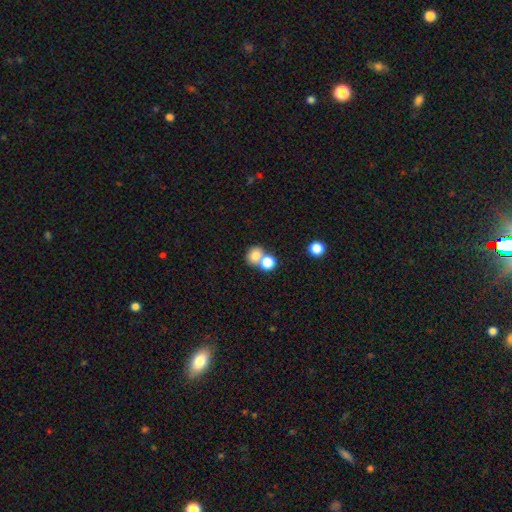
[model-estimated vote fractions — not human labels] smooth_or_featured: smooth (p=0.79) [alt: star or artifact p=0.12]
how_rounded: round (p=0.67) [alt: in between p=0.32]
merging: merger (p=0.48) [alt: none p=0.42]